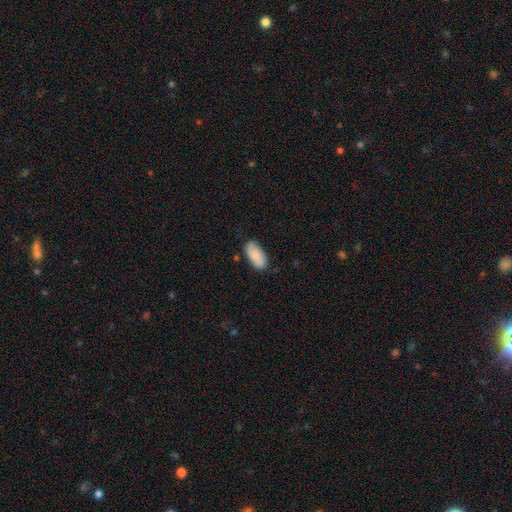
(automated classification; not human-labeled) This is clearly a smooth galaxy (84%). How rounded: clearly in between (92%). Merging: likely none (80%).